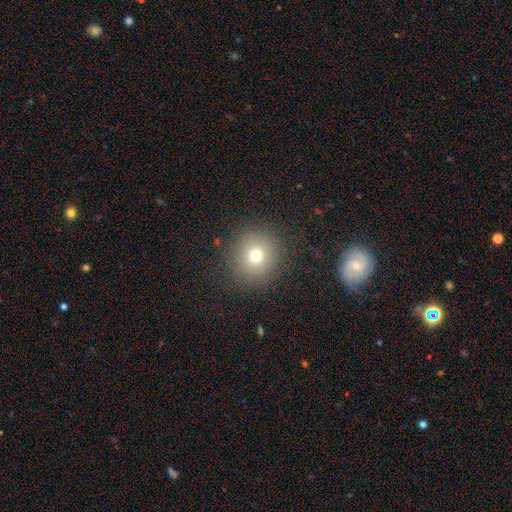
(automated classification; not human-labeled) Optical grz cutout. It shows a smooth galaxy with no disk features (72%) that is round (89%). Merging: none (88%).